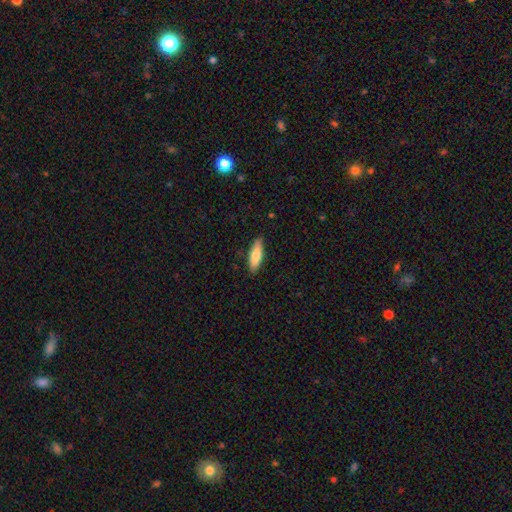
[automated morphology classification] Smooth or featured?
  - smooth: 76% *
  - featured or disk: 18%
  - star or artifact: 6%
How rounded?
  - cigar-shaped: 53% *
  - in between: 45%
  - round: 2%
Merging?
  - none: 87% *
  - minor disturbance: 10%
  - major disturbance: 2%
  - merger: 1%